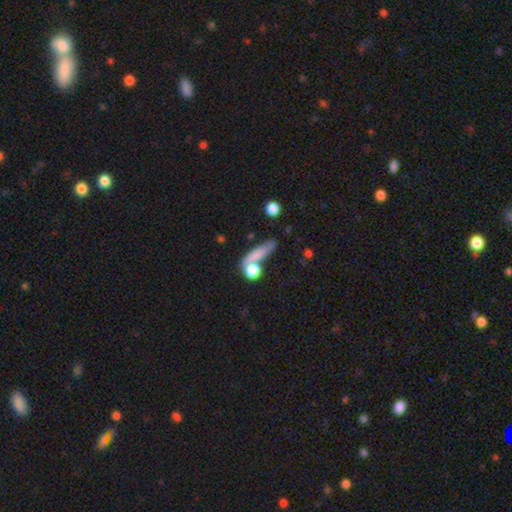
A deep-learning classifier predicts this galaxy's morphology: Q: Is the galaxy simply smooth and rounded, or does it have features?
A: smooth — 71%.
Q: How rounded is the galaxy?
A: cigar-shaped — 58%.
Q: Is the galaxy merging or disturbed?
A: none — 52%.